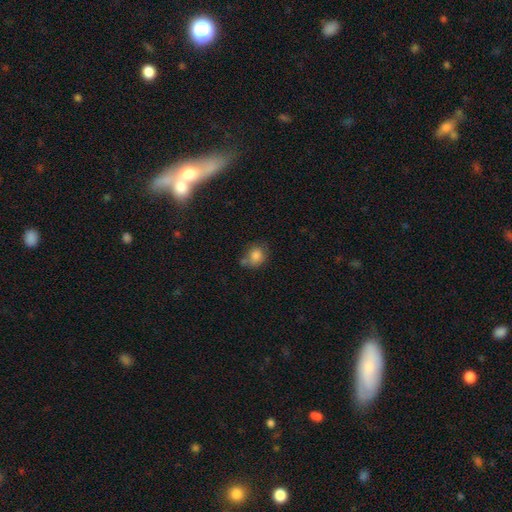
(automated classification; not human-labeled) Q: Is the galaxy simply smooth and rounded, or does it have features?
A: smooth — 81%.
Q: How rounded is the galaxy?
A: round — 58%.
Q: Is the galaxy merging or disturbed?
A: none — 51%.